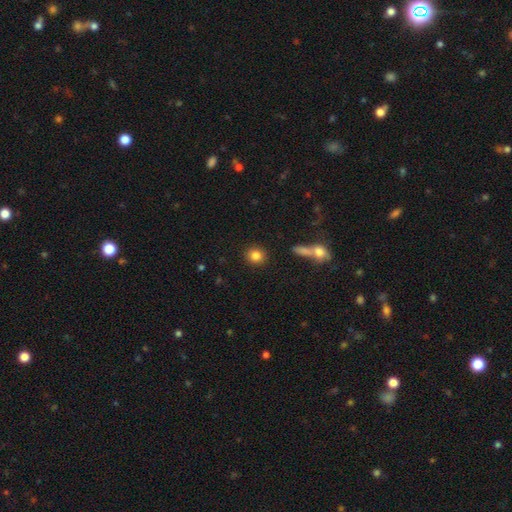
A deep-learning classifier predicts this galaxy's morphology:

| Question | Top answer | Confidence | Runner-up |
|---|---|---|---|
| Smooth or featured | smooth | 84% | star or artifact (9%) |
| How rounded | round | 82% | in between (16%) |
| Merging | none | 89% | minor disturbance (6%) |